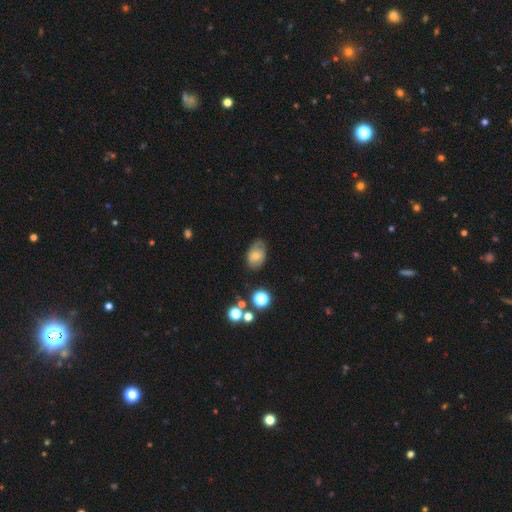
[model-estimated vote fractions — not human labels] Smooth or featured?
  - smooth: 60% *
  - featured or disk: 29%
  - star or artifact: 11%
How rounded?
  - in between: 77% *
  - round: 21%
  - cigar-shaped: 1%
Merging?
  - none: 58% *
  - minor disturbance: 30%
  - major disturbance: 10%
  - merger: 2%